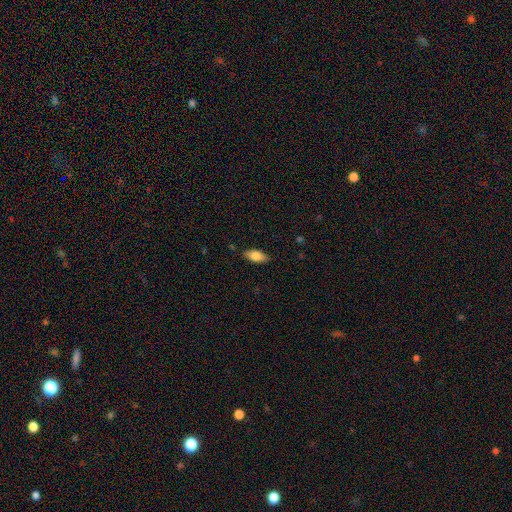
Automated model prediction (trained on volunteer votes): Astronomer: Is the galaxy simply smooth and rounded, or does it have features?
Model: smooth — 78%.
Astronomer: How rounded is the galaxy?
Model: in between — 84%.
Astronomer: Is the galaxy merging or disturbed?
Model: none — 85%.